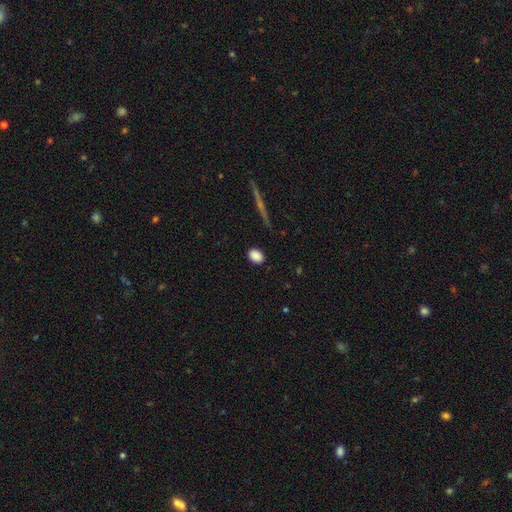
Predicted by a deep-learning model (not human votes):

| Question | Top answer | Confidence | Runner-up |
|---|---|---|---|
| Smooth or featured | smooth | 87% | star or artifact (8%) |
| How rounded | in between | 69% | round (29%) |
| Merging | none | 87% | minor disturbance (9%) |